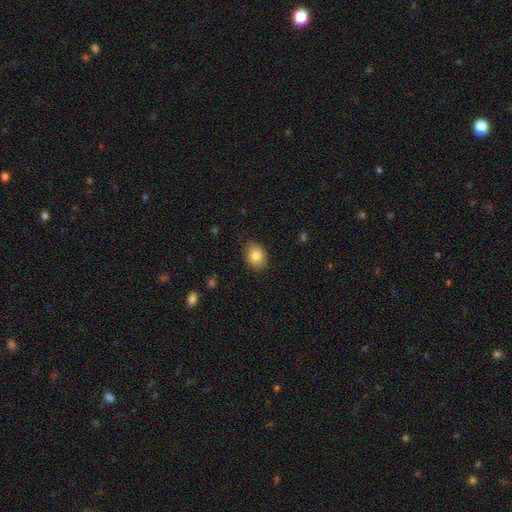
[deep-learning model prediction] smooth_or_featured: smooth (p=0.84) [alt: star or artifact p=0.08]
how_rounded: in between (p=0.62) [alt: round p=0.37]
merging: none (p=0.85) [alt: minor disturbance p=0.11]